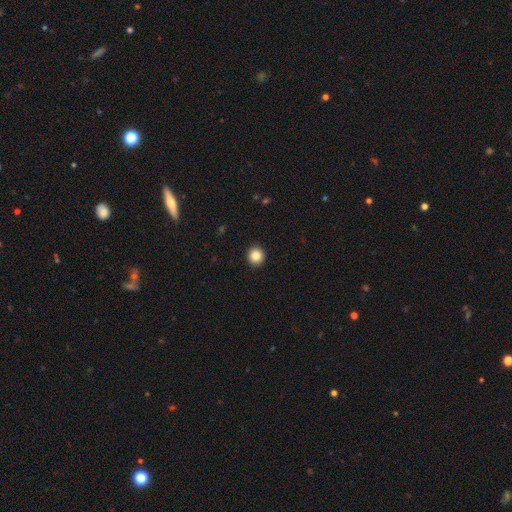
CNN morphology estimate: Q: Smooth or featured?
A: smooth (85%); runner-up: star or artifact (10%)
Q: How rounded?
A: round (94%); runner-up: in between (5%)
Q: Merging?
A: none (94%); runner-up: minor disturbance (4%)